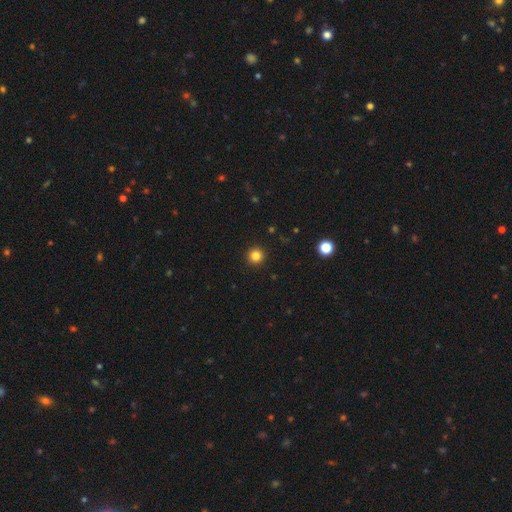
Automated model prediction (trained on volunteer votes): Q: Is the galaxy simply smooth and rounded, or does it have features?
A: smooth — 83%.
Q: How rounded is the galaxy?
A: round — 96%.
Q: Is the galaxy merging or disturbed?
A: none — 93%.